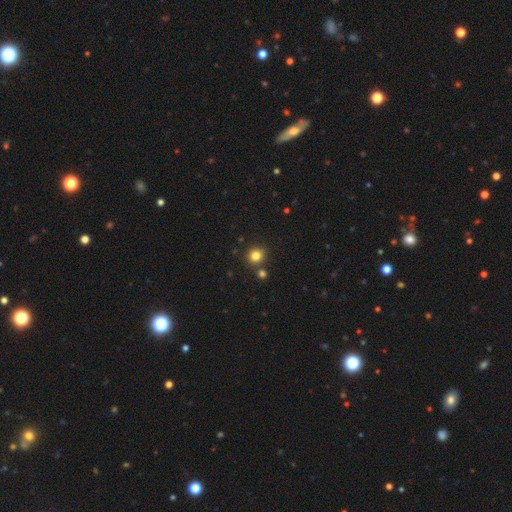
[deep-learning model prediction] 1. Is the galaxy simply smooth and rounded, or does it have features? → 82% smooth, 13% star or artifact, 5% featured or disk.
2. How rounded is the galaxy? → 83% round, 17% in between, 1% cigar-shaped.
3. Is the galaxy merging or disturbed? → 80% none, 9% minor disturbance, 9% merger, 2% major disturbance.